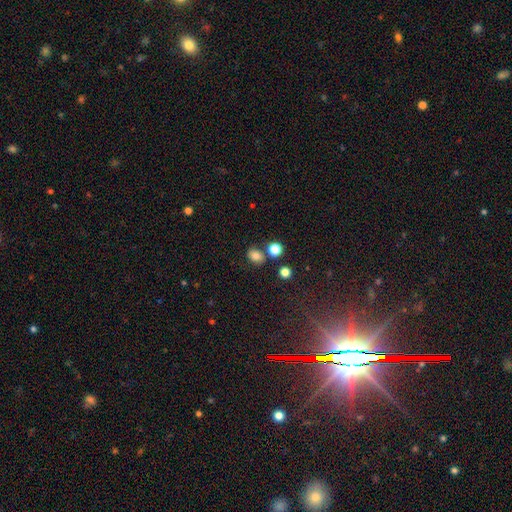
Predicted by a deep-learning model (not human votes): Q: Smooth or featured?
A: smooth (80%); runner-up: star or artifact (13%)
Q: How rounded?
A: in between (53%); runner-up: round (46%)
Q: Merging?
A: none (67%); runner-up: minor disturbance (14%)